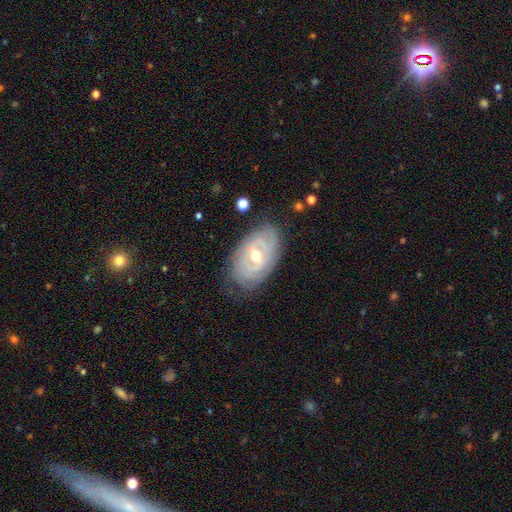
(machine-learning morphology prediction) The model was most divided on "bar": weak: 45%, no: 39%, strong: 17%. Remaining: edge-on disk — no (94%); spiral arms — yes (83%); smooth or featured — featured or disk (81%); merging — none (75%); spiral winding — tight (74%); bulge size — moderate (68%); spiral arm count — can't tell (50%).